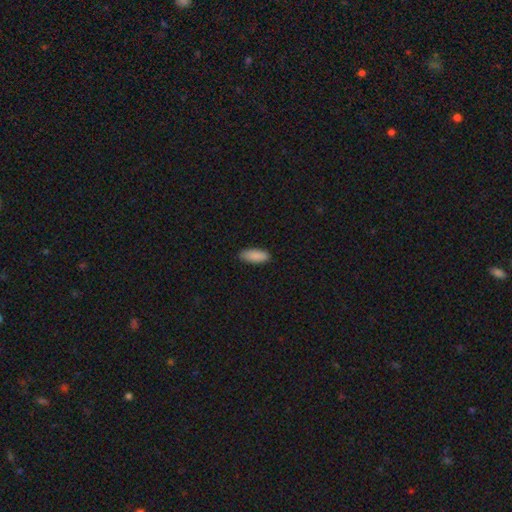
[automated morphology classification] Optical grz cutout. It shows a smooth galaxy with no disk features (90%) that is in between round and cigar-shaped (81%). Merging: none (88%).